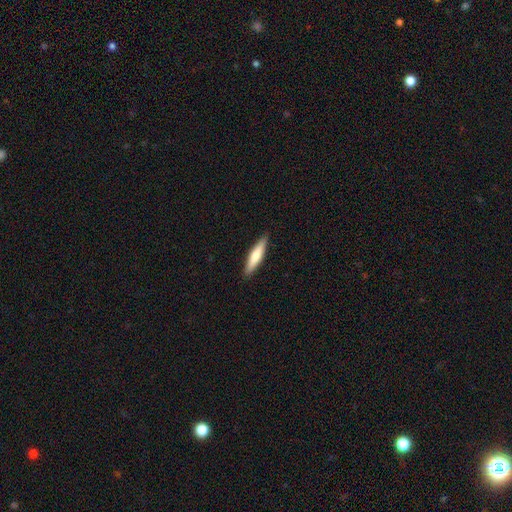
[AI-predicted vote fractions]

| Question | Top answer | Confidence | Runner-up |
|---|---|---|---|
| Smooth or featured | smooth | 62% | featured or disk (33%) |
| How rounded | cigar-shaped | 84% | in between (15%) |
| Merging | none | 90% | minor disturbance (8%) |